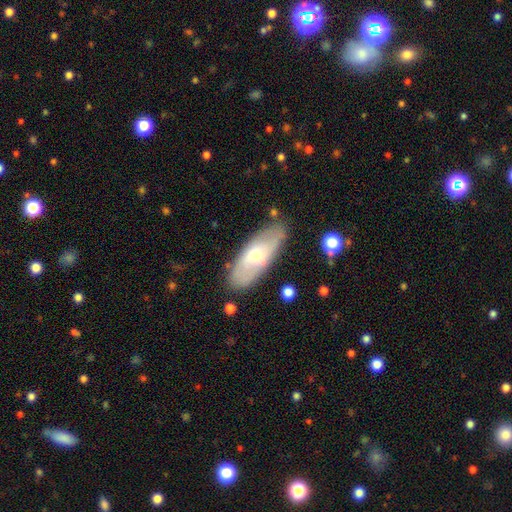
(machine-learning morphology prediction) Smooth or featured?
  - smooth: 48% *
  - featured or disk: 46%
  - star or artifact: 6%
Merging?
  - none: 80% *
  - minor disturbance: 14%
  - major disturbance: 3%
  - merger: 2%